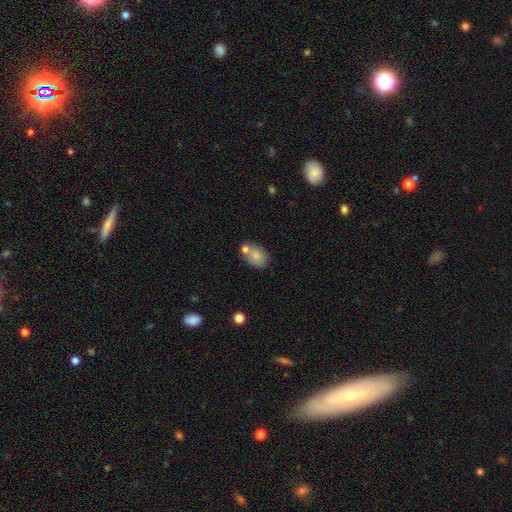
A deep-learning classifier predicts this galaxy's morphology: A smooth galaxy with no disk features (79%) that is in between round and cigar-shaped (74%). Merging: none (58%).